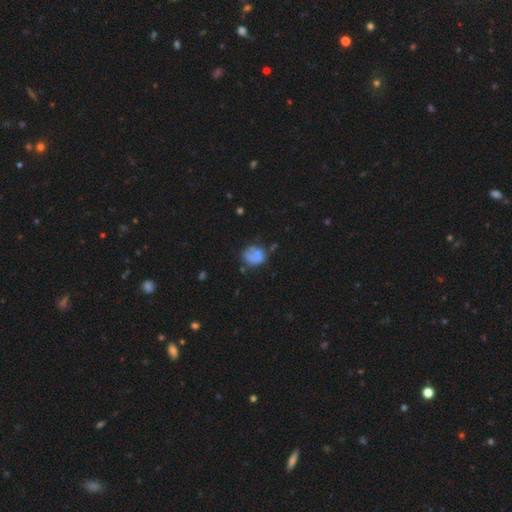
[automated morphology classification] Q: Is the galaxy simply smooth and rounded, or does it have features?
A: smooth — 59%.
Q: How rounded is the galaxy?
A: round — 60%.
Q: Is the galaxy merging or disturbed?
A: none — 44%.